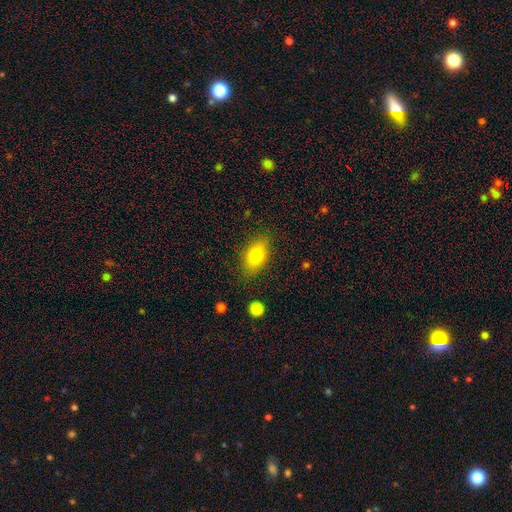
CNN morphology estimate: smooth 81%, featured or disk 11%, star or artifact 8%. Down the decision tree: how rounded — in between (86%); merging — none (79%).